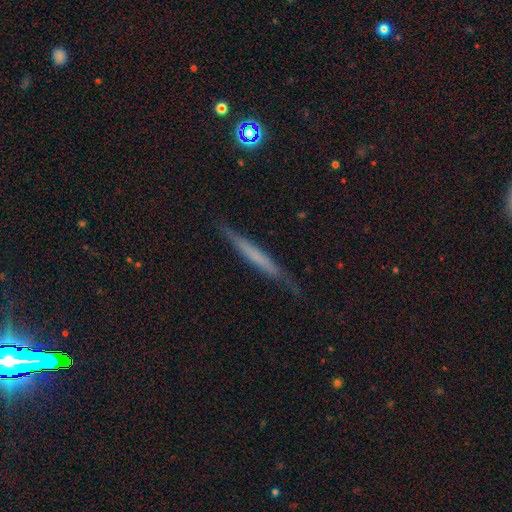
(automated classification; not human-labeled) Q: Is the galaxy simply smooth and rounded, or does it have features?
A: featured or disk — 46%, tied with smooth.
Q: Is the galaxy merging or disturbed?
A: none — 80%.